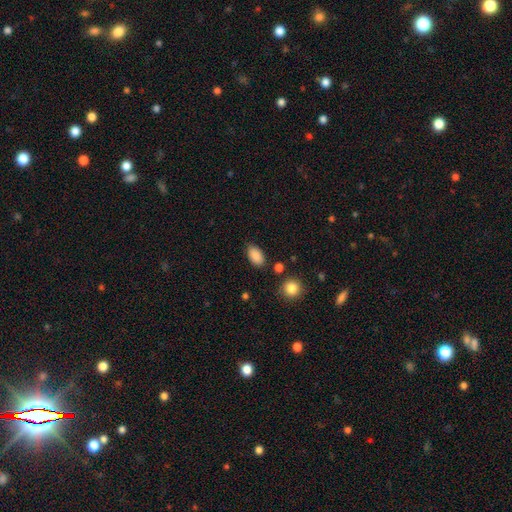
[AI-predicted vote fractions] Smooth or featured: smooth — 87% (star or artifact — 8%)
How rounded: in between — 92% (round — 6%)
Merging: none — 81% (minor disturbance — 13%)